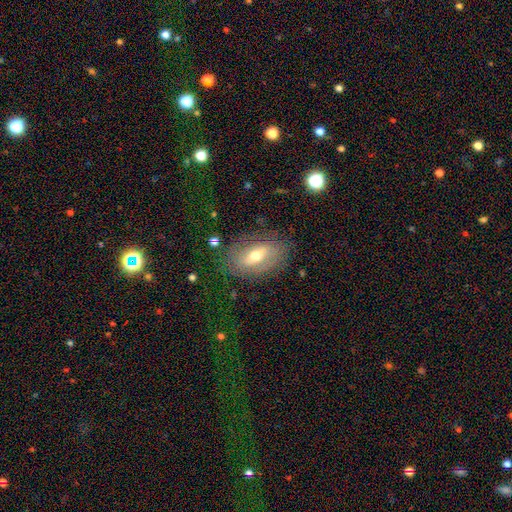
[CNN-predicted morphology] Smooth or featured? Predicted: featured or disk (p=0.53). Edge-on disk? Predicted: no (p=0.84). Merging? Predicted: none (p=0.75).